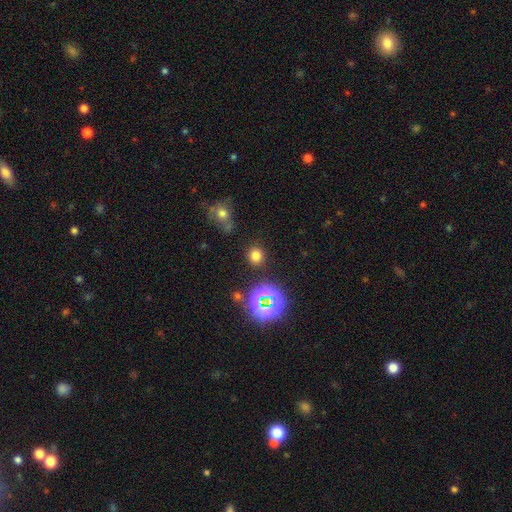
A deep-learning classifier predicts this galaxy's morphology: Smooth or featured? Predicted: smooth (p=0.72). How rounded? Predicted: round (p=0.86). Merging? Predicted: none (p=0.86).